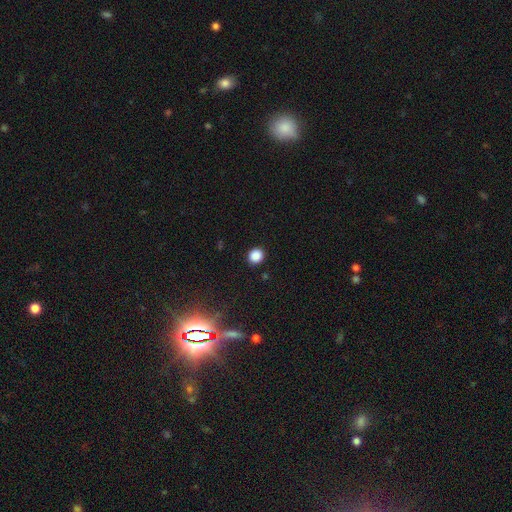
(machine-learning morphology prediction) Overall: smooth (86%). How rounded: round (89%). Merging: none (91%).